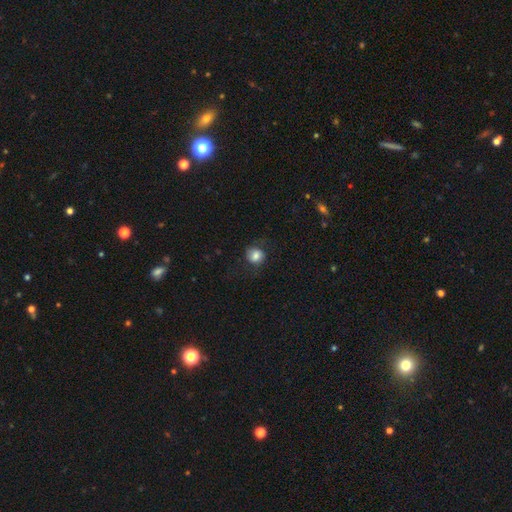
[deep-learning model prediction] Smooth or featured?
  - smooth: 76% *
  - featured or disk: 15%
  - star or artifact: 9%
How rounded?
  - round: 74% *
  - in between: 25%
  - cigar-shaped: 1%
Merging?
  - none: 69% *
  - minor disturbance: 18%
  - major disturbance: 12%
  - merger: 1%